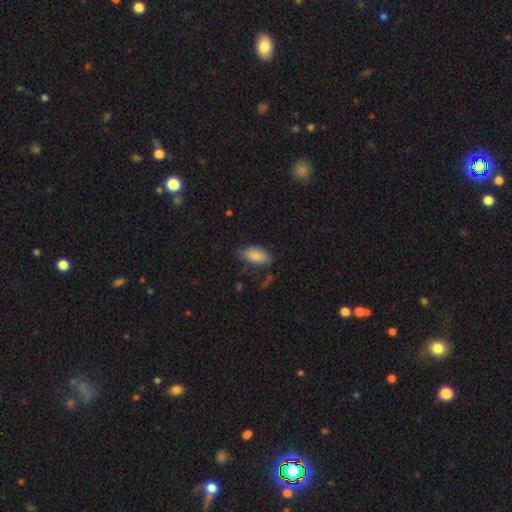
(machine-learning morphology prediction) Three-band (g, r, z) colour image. It shows a smooth galaxy with no disk features (86%) that is in between round and cigar-shaped (93%). Merging: none (65%).